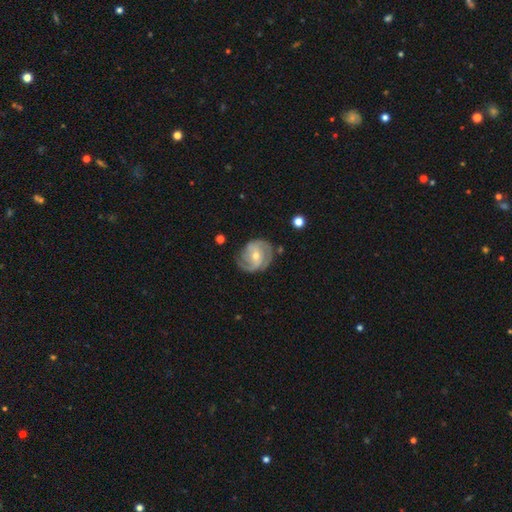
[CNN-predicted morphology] Smooth or featured? Predicted: featured or disk (p=0.83). Edge-on disk? Predicted: no (p=0.97). Bar? Predicted: no (p=0.49). Spiral arms? Predicted: yes (p=0.95). Spiral winding? Predicted: tight (p=0.47). Spiral arm count? Predicted: 2 (p=0.51). Bulge size? Predicted: small (p=0.49). Merging? Predicted: none (p=0.72).